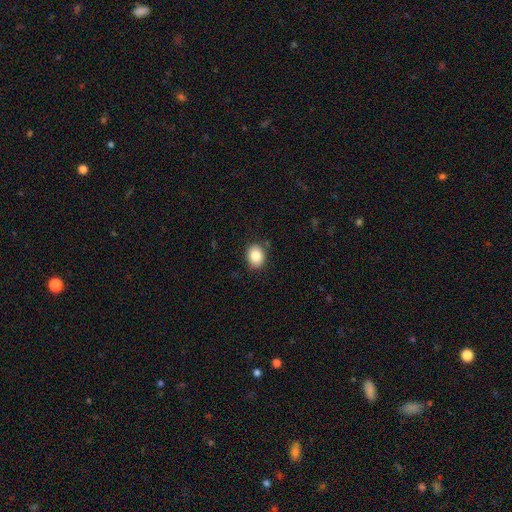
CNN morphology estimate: smooth_or_featured: smooth (p=0.85) [alt: star or artifact p=0.09]
how_rounded: round (p=0.50) [alt: in between p=0.49]
merging: none (p=0.86) [alt: minor disturbance p=0.10]